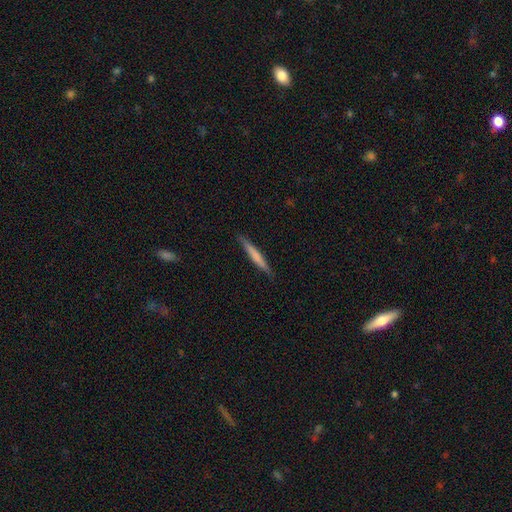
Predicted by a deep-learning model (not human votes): Smooth or featured?
  - smooth: 62% *
  - featured or disk: 32%
  - star or artifact: 6%
How rounded?
  - cigar-shaped: 96% *
  - in between: 3%
  - round: 1%
Merging?
  - none: 89% *
  - minor disturbance: 8%
  - major disturbance: 2%
  - merger: 1%